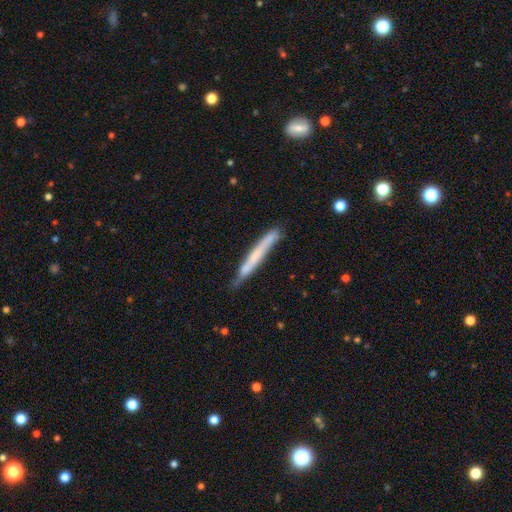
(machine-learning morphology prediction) This is possibly a smooth galaxy (53%). How rounded: clearly cigar-shaped (96%). Merging: likely none (72%).